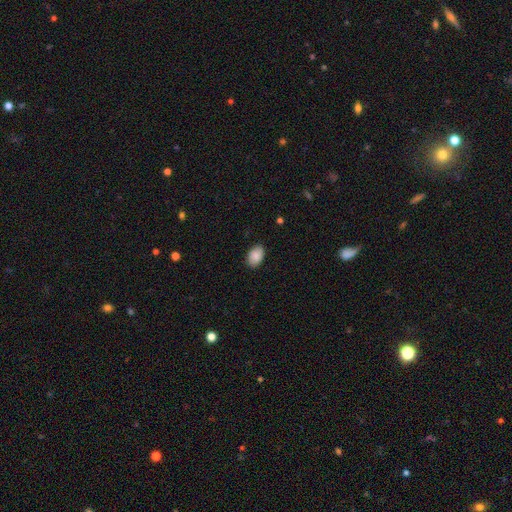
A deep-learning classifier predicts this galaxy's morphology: Smooth or featured? smooth (88%)
How rounded? in between (87%)
Merging? none (86%)